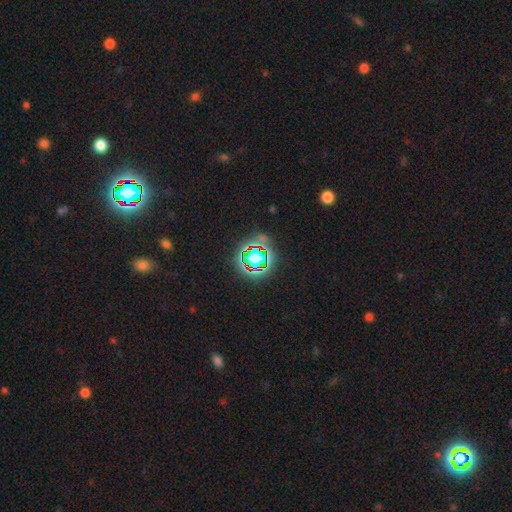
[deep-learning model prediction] A star or artifact, not a galaxy (75%).